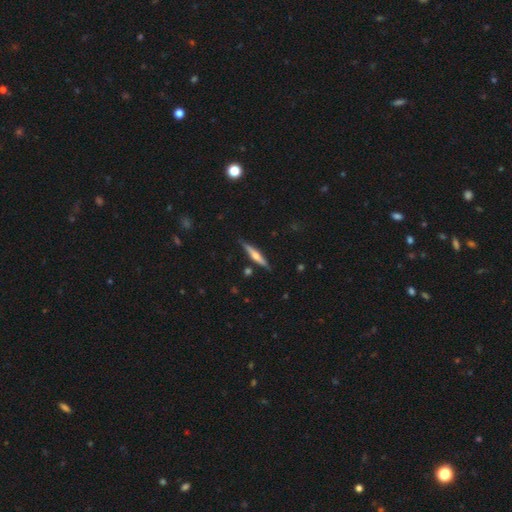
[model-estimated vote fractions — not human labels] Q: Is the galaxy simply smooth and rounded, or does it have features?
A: featured or disk — 61%.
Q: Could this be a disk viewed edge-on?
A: yes — 96%.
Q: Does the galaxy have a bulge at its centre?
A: rounded — 86%.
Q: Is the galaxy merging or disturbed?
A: none — 85%.